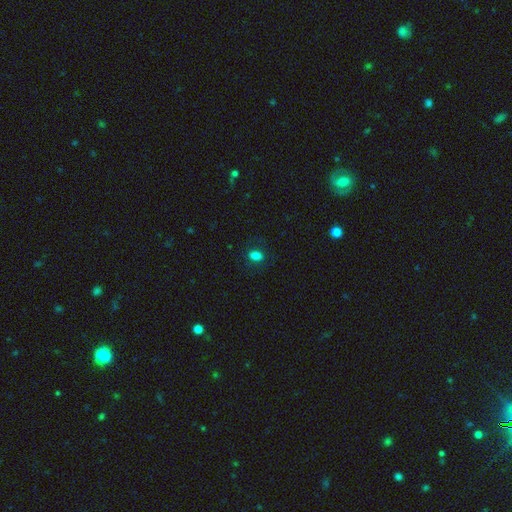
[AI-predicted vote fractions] Smooth or featured: smooth — 81% (star or artifact — 12%)
How rounded: in between — 75% (round — 24%)
Merging: none — 82% (minor disturbance — 12%)